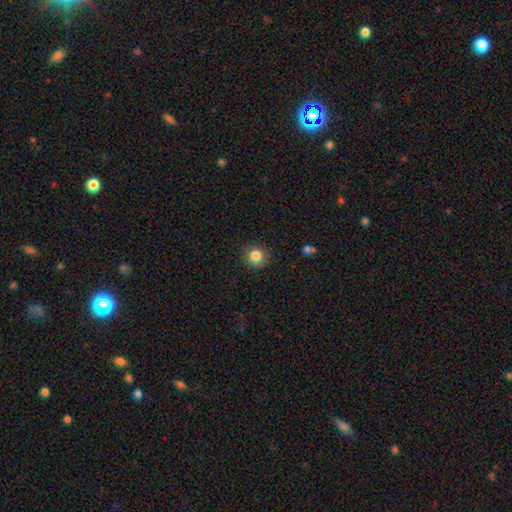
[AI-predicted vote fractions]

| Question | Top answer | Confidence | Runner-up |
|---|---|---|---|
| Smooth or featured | smooth | 84% | star or artifact (10%) |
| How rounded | round | 91% | in between (8%) |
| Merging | none | 87% | minor disturbance (9%) |